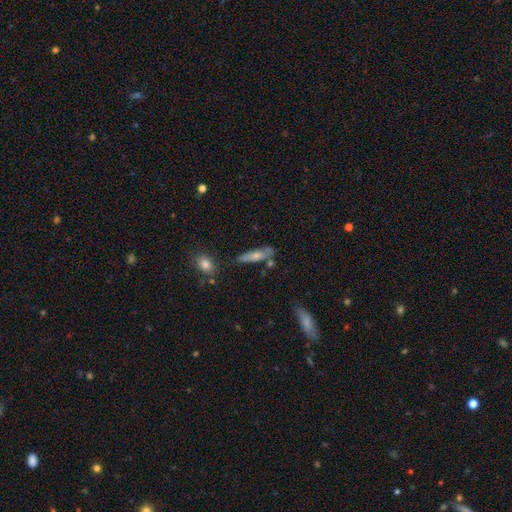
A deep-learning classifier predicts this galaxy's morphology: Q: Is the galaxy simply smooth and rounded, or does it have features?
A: smooth — 65%.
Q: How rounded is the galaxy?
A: cigar-shaped — 66%.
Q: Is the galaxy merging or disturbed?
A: none — 59%.